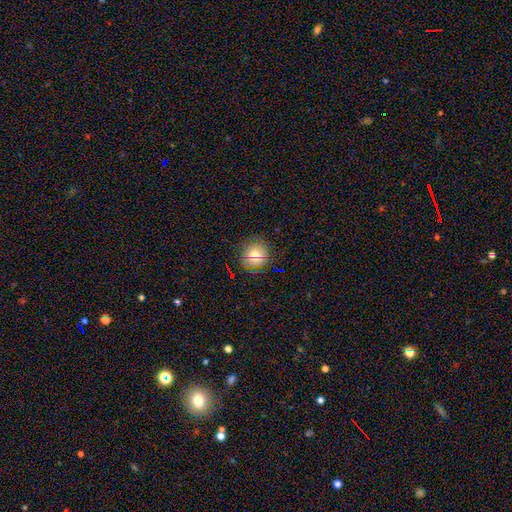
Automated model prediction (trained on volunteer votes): Smooth or featured? Predicted: smooth (p=0.71). How rounded? Predicted: round (p=0.89). Merging? Predicted: none (p=0.84).